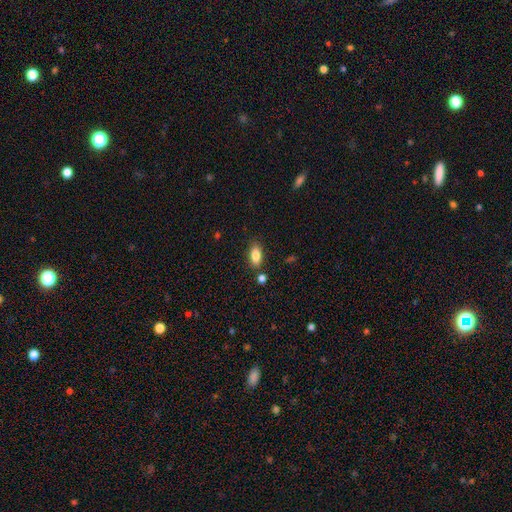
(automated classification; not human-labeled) smooth_or_featured: smooth (p=0.84) [alt: featured or disk p=0.09]
how_rounded: in between (p=0.89) [alt: cigar-shaped p=0.08]
merging: none (p=0.82) [alt: minor disturbance p=0.10]